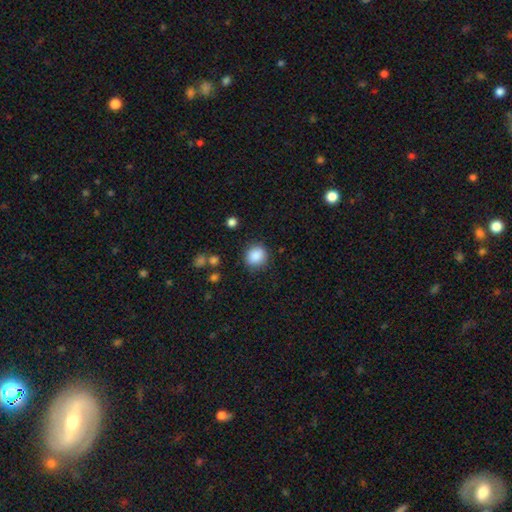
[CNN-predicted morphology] Q: Smooth or featured?
A: smooth (87%); runner-up: star or artifact (9%)
Q: How rounded?
A: round (82%); runner-up: in between (17%)
Q: Merging?
A: none (86%); runner-up: minor disturbance (9%)